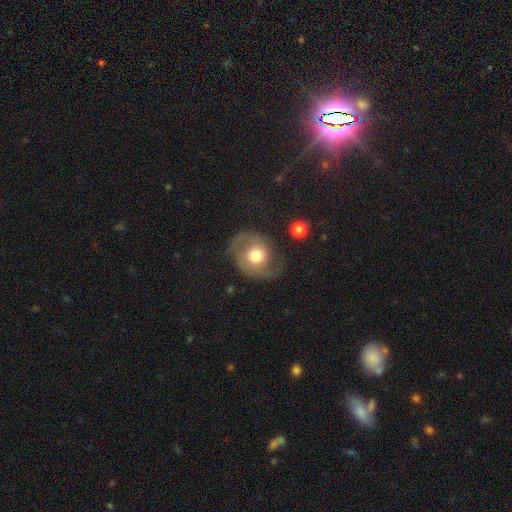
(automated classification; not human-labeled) Q: Smooth or featured?
A: featured or disk (67%); runner-up: smooth (26%)
Q: Edge-on disk?
A: no (97%); runner-up: yes (3%)
Q: Bar?
A: no (74%); runner-up: weak (21%)
Q: Spiral arms?
A: yes (87%); runner-up: no (13%)
Q: Spiral winding?
A: medium (48%); runner-up: loose (31%)
Q: Spiral arm count?
A: 2 (85%); runner-up: 1 (7%)
Q: Bulge size?
A: moderate (65%); runner-up: large (25%)
Q: Merging?
A: none (60%); runner-up: minor disturbance (20%)